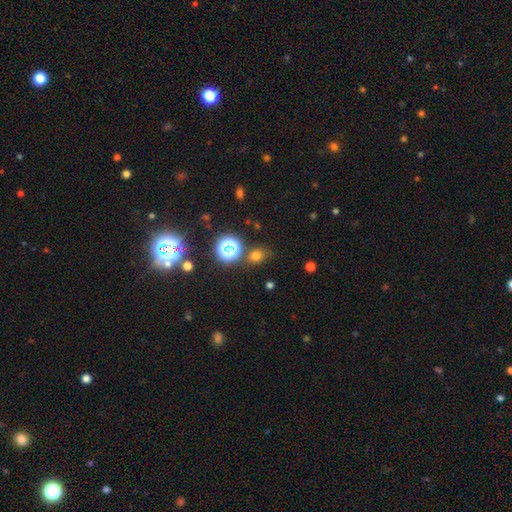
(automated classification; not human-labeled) Smooth or featured? Predicted: smooth (p=0.66). How rounded? Predicted: round (p=0.71). Merging? Predicted: none (p=0.75).